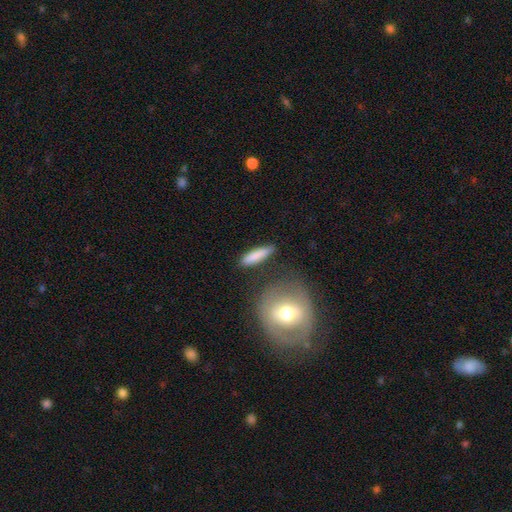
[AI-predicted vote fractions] smooth-or-featured: smooth: 83% | featured or disk: 11% | star or artifact: 6%
  how-rounded: cigar-shaped: 77% | in between: 21% | round: 2%
  merging: none: 82% | minor disturbance: 12% | merger: 4% | major disturbance: 3%